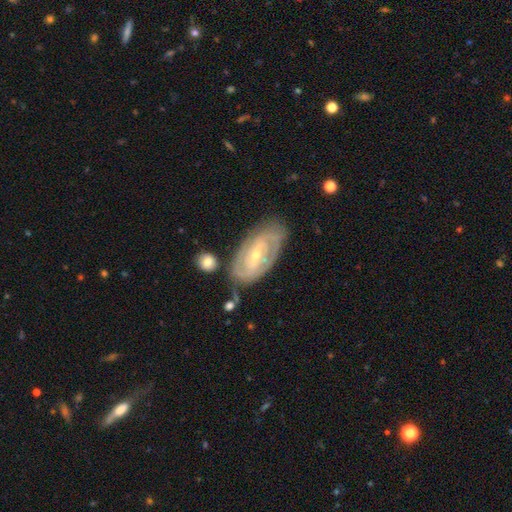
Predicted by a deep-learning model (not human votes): featured or disk 83%, smooth 12%, star or artifact 5%. Down the decision tree: edge-on disk — no (94%); bar — weak (41%); spiral arms — yes (91%); spiral arm count — 2 (48%); spiral winding — tight (65%); bulge size — small (69%); merging — none (70%).